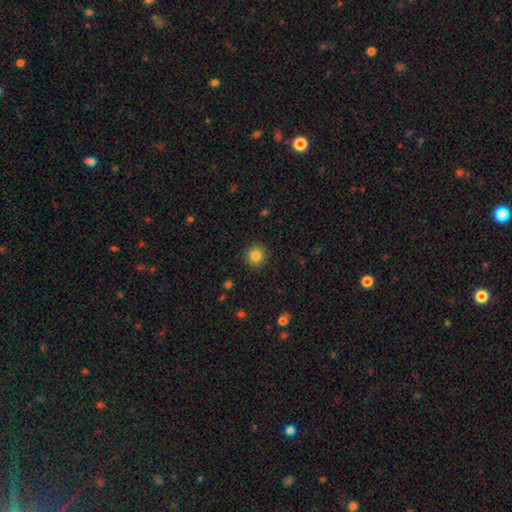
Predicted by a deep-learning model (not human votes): Smooth or featured?
  - smooth: 83% *
  - star or artifact: 10%
  - featured or disk: 6%
How rounded?
  - round: 92% *
  - in between: 7%
  - cigar-shaped: 1%
Merging?
  - none: 91% *
  - minor disturbance: 6%
  - major disturbance: 2%
  - merger: 1%